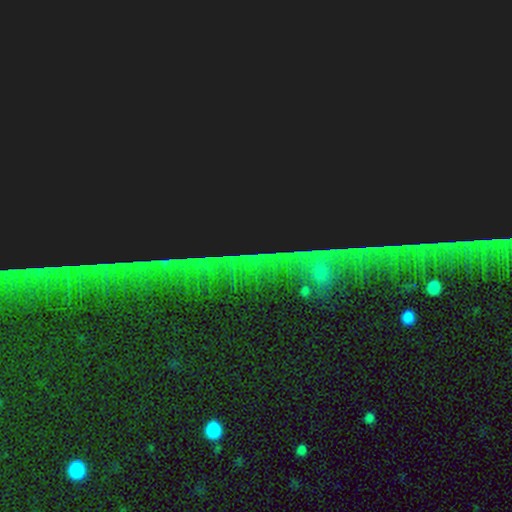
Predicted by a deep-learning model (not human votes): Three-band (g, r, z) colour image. It shows a star or artifact, not a galaxy (81%).